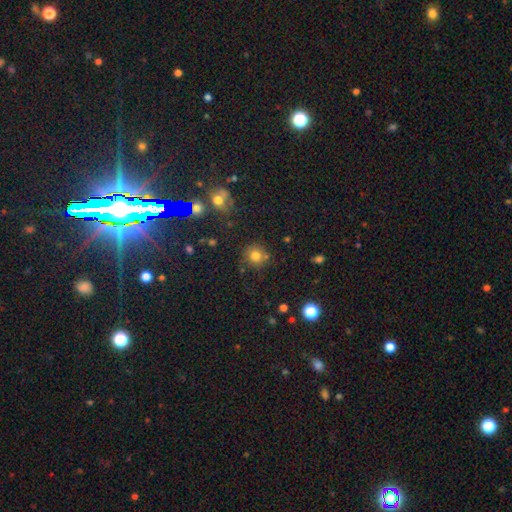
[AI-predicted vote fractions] Smooth or featured? smooth (77%)
How rounded? round (89%)
Merging? none (76%)